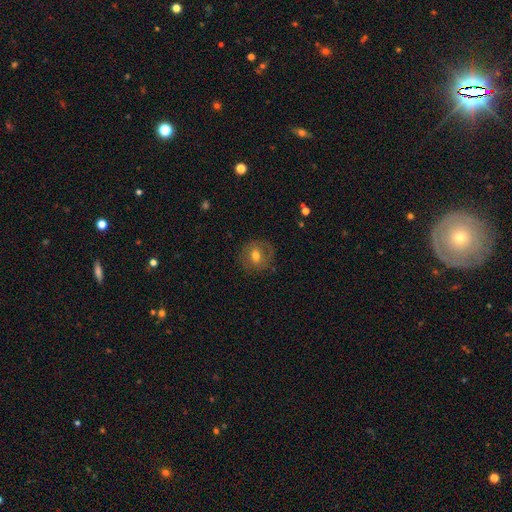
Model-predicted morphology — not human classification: type=smooth (57%); roundness=round (82%); merging=none (80%).